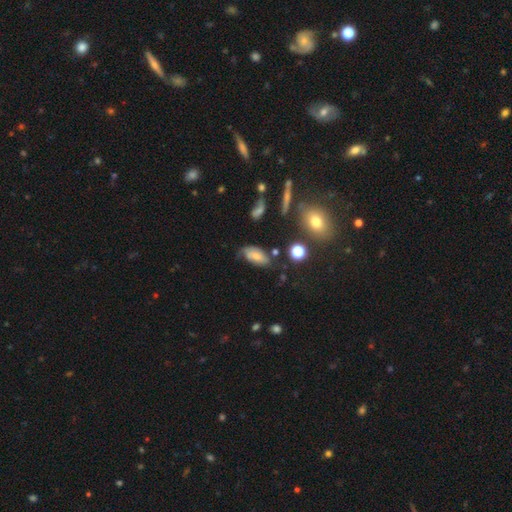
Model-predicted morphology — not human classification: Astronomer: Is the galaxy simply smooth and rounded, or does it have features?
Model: smooth — 55% (runner-up: featured or disk, 33%).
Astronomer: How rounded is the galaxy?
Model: in between — 89%.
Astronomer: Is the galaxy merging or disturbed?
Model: none — 50% (runner-up: minor disturbance, 32%).